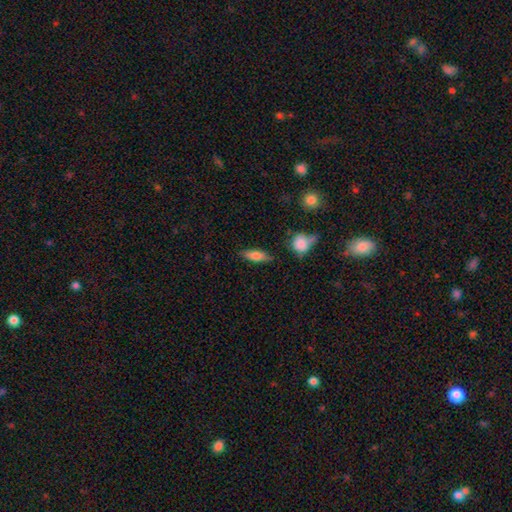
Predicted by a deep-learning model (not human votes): Overall: smooth (71%). How rounded: in between (59%; cigar-shaped 37%). Merging: none (80%).